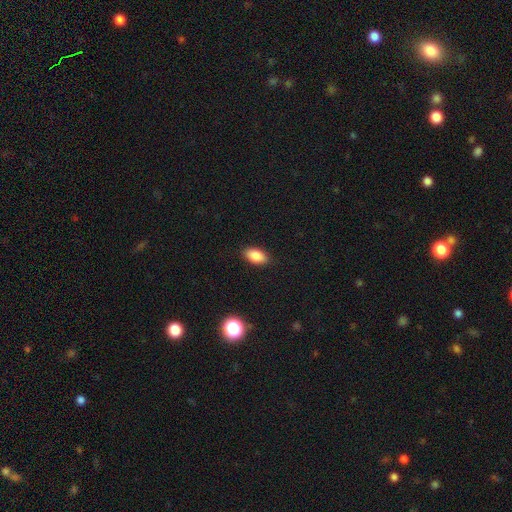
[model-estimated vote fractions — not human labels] A smooth galaxy with no disk features (86%) that is in between round and cigar-shaped (92%). Merging: none (88%).